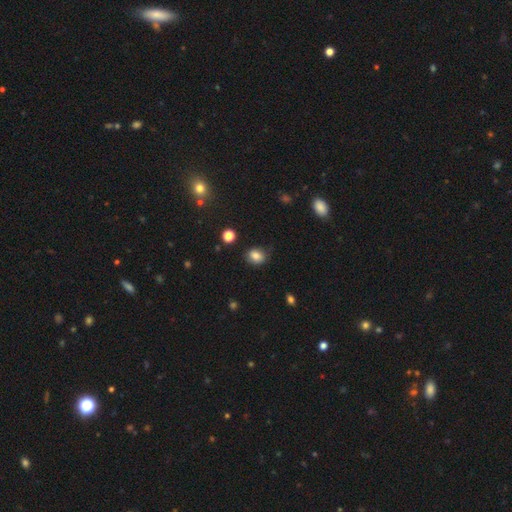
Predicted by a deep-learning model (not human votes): Smooth or featured? Predicted: smooth (p=0.82). How rounded? Predicted: round (p=0.58). Merging? Predicted: none (p=0.75).